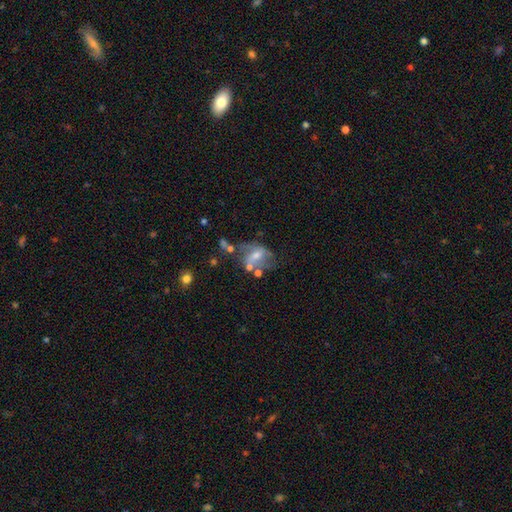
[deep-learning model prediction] Morphology: type=featured or disk (58%); edge-on=no (95%); bar=weak (40%); spiral arms=yes (62%); bulge=moderate (52%); merging=none (39%).